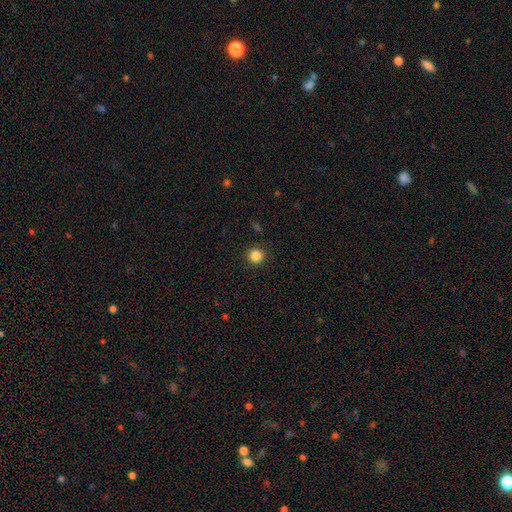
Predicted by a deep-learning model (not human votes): This is clearly a smooth galaxy (85%). How rounded: clearly round (95%). Merging: clearly none (91%).